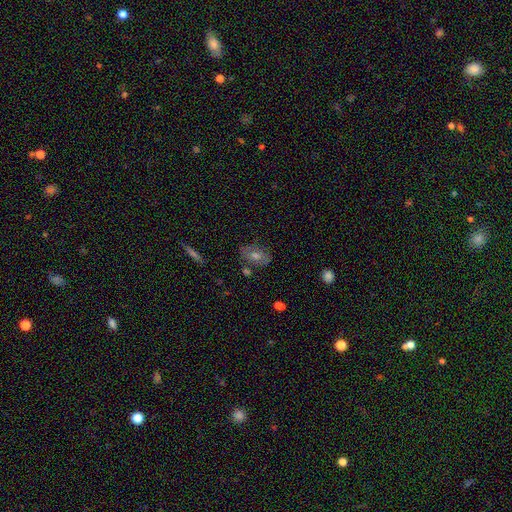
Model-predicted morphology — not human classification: This is marginally a featured or disk galaxy (45%). Merging: likely none (75%).